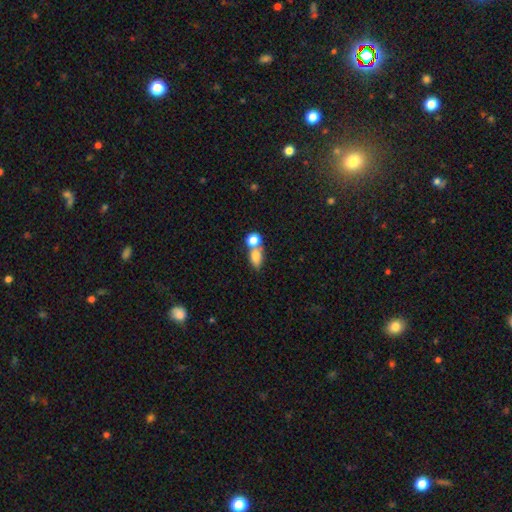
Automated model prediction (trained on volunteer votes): A smooth galaxy with no disk features (78%) that is in between round and cigar-shaped (71%).

Vote fractions:
- Smooth or featured? smooth: 78% / featured or disk: 12% / star or artifact: 10%
- How rounded? in between: 71% / round: 26% / cigar-shaped: 3%
- Merging? merger: 51% / none: 36% / minor disturbance: 9% / major disturbance: 5%